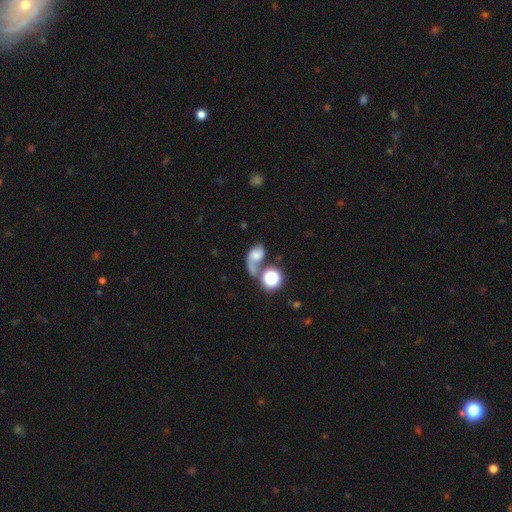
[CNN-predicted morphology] smooth_or_featured: smooth (p=0.43) [alt: featured or disk p=0.40]
merging: merger (p=0.39) [alt: none p=0.24]